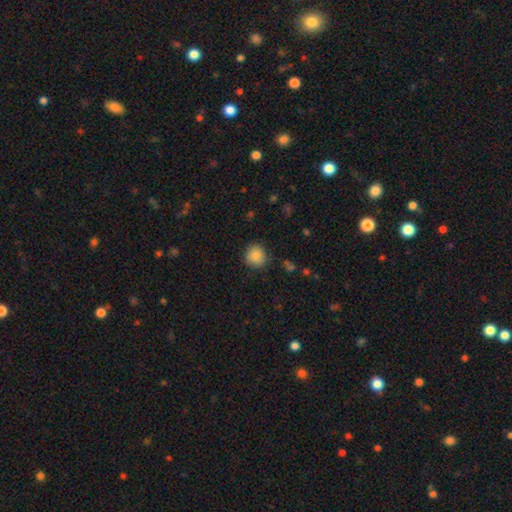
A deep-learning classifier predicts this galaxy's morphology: This appears to be a smooth galaxy with no disk features (84%) that is round (88%). Merging: none (84%).